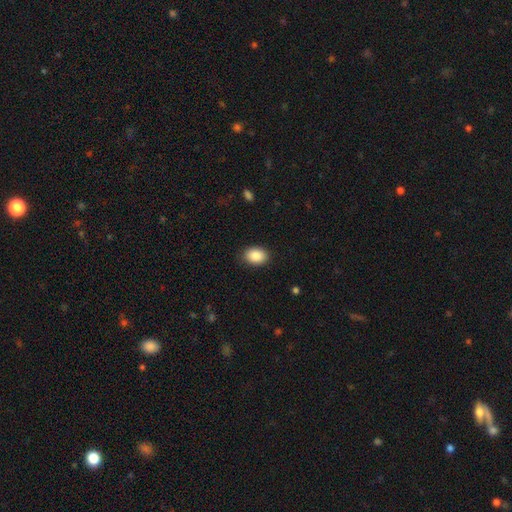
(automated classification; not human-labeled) A smooth galaxy with no disk features (89%) that is in between round and cigar-shaped (78%).

Vote fractions:
- Smooth or featured? smooth: 89% / star or artifact: 7% / featured or disk: 4%
- How rounded? in between: 78% / round: 21% / cigar-shaped: 1%
- Merging? none: 87% / minor disturbance: 10% / major disturbance: 3% / merger: 1%